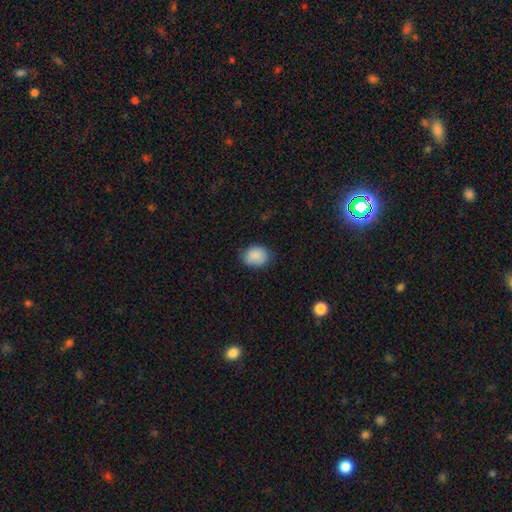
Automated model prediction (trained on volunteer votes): A smooth galaxy with no disk features (88%) that is in between round and cigar-shaped (54%).

Vote fractions:
- Smooth or featured? smooth: 88% / star or artifact: 7% / featured or disk: 5%
- How rounded? in between: 54% / round: 45% / cigar-shaped: 1%
- Merging? none: 77% / minor disturbance: 18% / major disturbance: 4% / merger: 1%